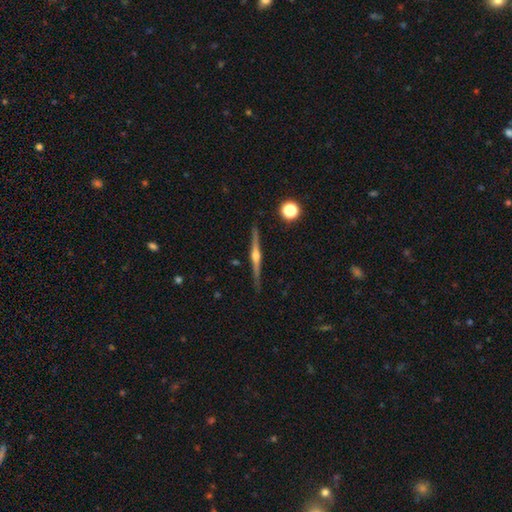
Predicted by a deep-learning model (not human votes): Smooth or featured: featured or disk — 80% (smooth — 13%)
Edge-on disk: yes — 98% (no — 2%)
Edge-on bulge: rounded — 90% (boxy — 6%)
Merging: none — 89% (minor disturbance — 8%)